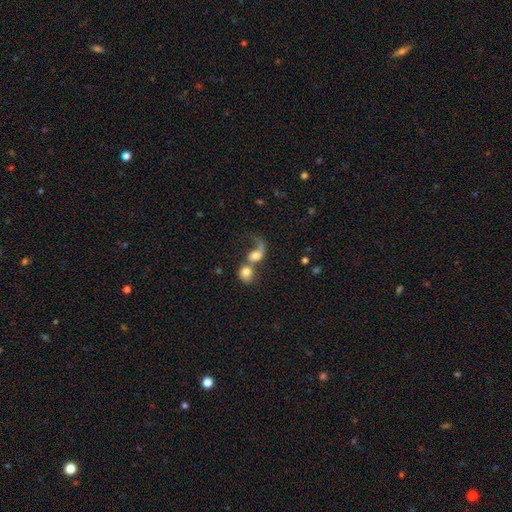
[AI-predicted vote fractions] A smooth galaxy with no disk features (56%) that is round (53%).

Vote fractions:
- Smooth or featured? smooth: 56% / featured or disk: 34% / star or artifact: 10%
- How rounded? round: 53% / in between: 44% / cigar-shaped: 3%
- Merging? merger: 70% / major disturbance: 15% / none: 10% / minor disturbance: 5%